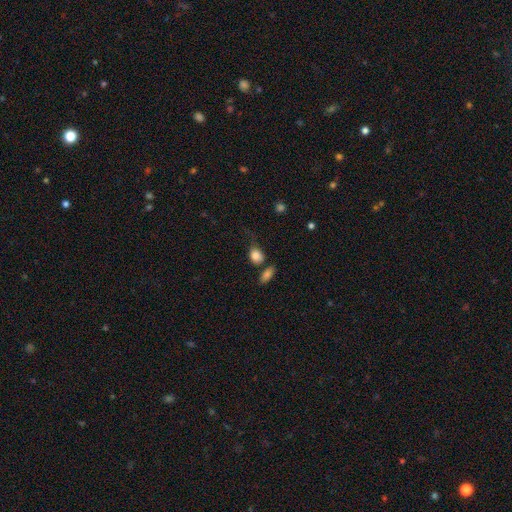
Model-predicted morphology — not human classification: type=smooth (83%); roundness=in between (54%); merging=none (42%).